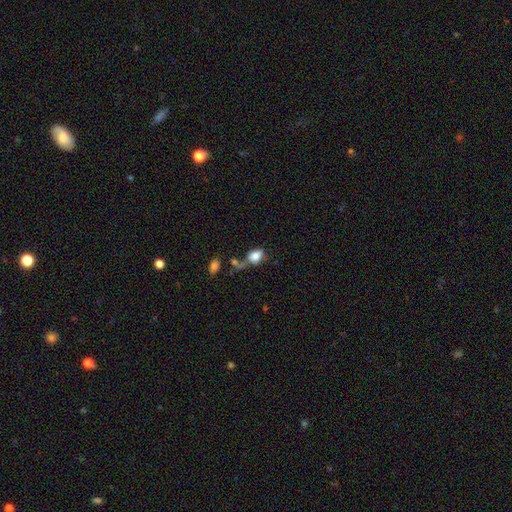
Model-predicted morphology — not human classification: A smooth galaxy with no disk features (79%) that is in between round and cigar-shaped (70%).

Vote fractions:
- Smooth or featured? smooth: 79% / featured or disk: 11% / star or artifact: 9%
- How rounded? in between: 70% / round: 27% / cigar-shaped: 2%
- Merging? none: 38% / merger: 27% / minor disturbance: 19% / major disturbance: 16%